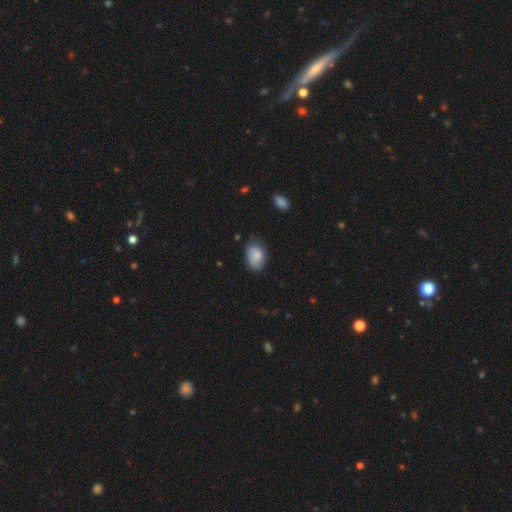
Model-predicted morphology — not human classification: Smooth or featured?
  - smooth: 81% *
  - featured or disk: 12%
  - star or artifact: 7%
How rounded?
  - in between: 84% *
  - round: 15%
  - cigar-shaped: 1%
Merging?
  - none: 65% *
  - minor disturbance: 28%
  - major disturbance: 5%
  - merger: 2%